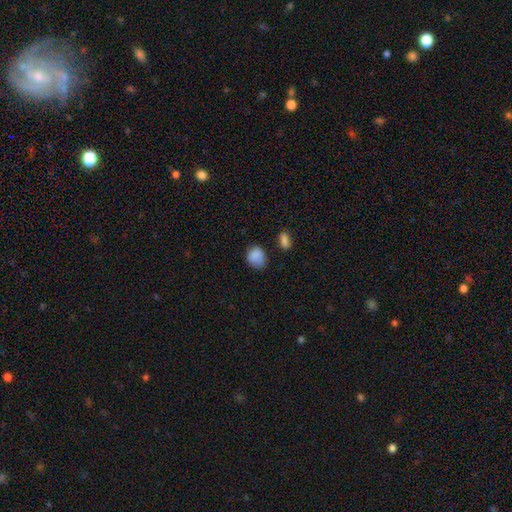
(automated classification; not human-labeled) smooth 86%, star or artifact 9%, featured or disk 5%. Down the decision tree: how rounded — round (55%); merging — none (60%).